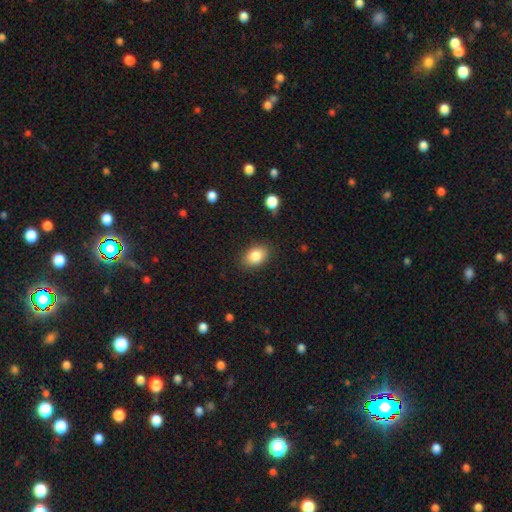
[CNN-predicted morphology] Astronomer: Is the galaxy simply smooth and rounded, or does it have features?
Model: smooth — 85%.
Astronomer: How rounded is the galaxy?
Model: in between — 81%.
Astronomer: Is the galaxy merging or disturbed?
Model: none — 85%.